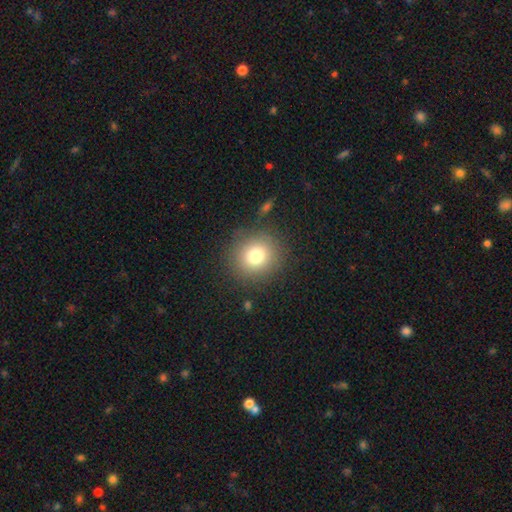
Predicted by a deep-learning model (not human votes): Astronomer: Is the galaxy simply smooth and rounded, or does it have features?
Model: smooth — 78%.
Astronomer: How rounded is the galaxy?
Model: round — 90%.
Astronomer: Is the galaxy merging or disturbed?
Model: none — 86%.